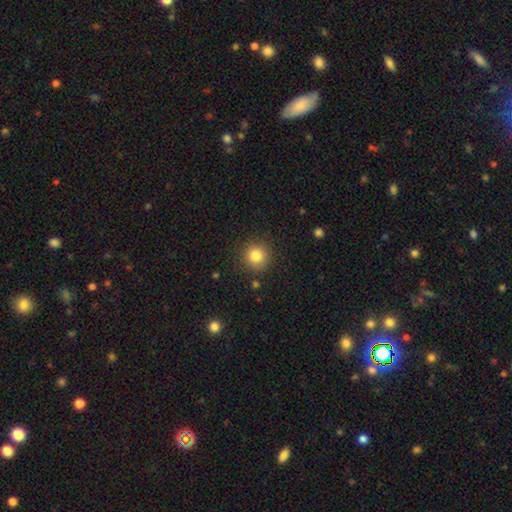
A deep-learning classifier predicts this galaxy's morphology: type=smooth (82%); roundness=round (93%); merging=none (87%).